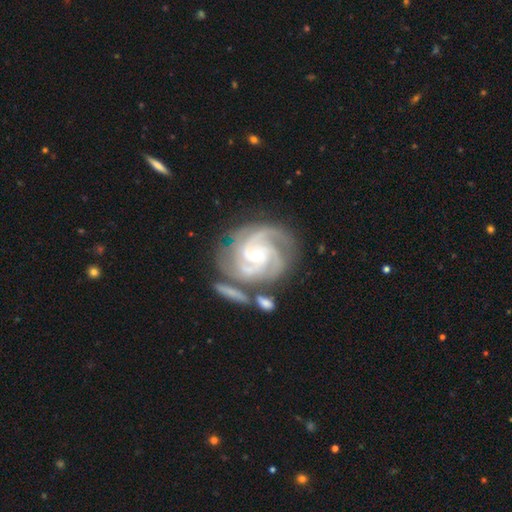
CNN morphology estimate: A featured or disk galaxy (92%) with no bar (60%), 3 (48%) tight (64%) spiral arms (99%) and a small central bulge (64%). Merging: none (59%).